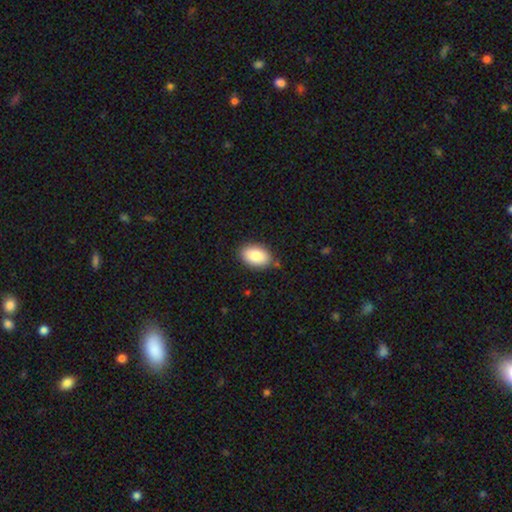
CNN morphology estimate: Smooth or featured? smooth (87%)
How rounded? in between (92%)
Merging? none (83%)